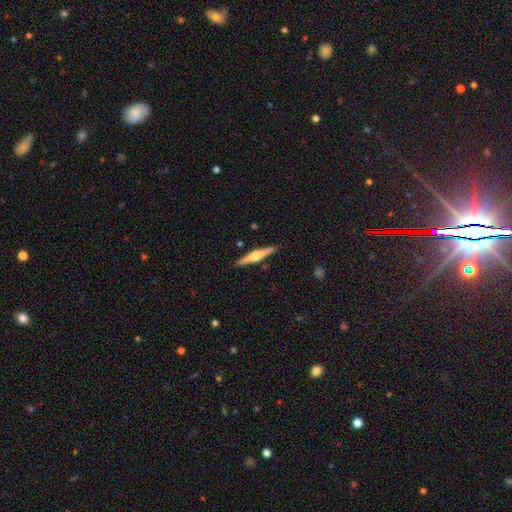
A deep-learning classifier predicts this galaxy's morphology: A featured or disk galaxy (73%) viewed edge-on (98%) with a rounded central bulge (94%).

Vote fractions:
- Smooth or featured? featured or disk: 73% / smooth: 22% / star or artifact: 5%
- Edge-on disk? yes: 98% / no: 2%
- Edge-on bulge? rounded: 94% / boxy: 4% / none: 2%
- Merging? none: 91% / minor disturbance: 6% / merger: 1% / major disturbance: 1%